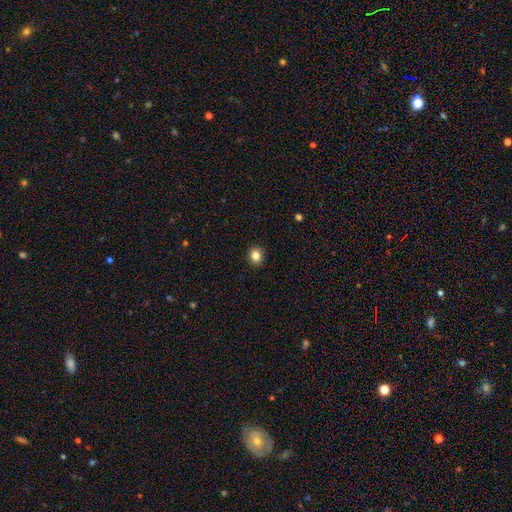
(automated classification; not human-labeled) Smooth or featured: smooth — 84% (star or artifact — 11%)
How rounded: round — 79% (in between — 20%)
Merging: none — 92% (minor disturbance — 5%)